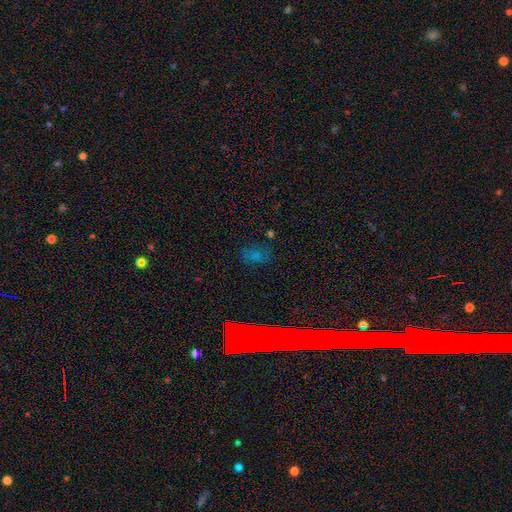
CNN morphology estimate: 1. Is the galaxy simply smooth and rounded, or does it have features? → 42% smooth, 34% star or artifact, 23% featured or disk.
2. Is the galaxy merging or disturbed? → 78% none, 13% minor disturbance, 6% major disturbance, 3% merger.